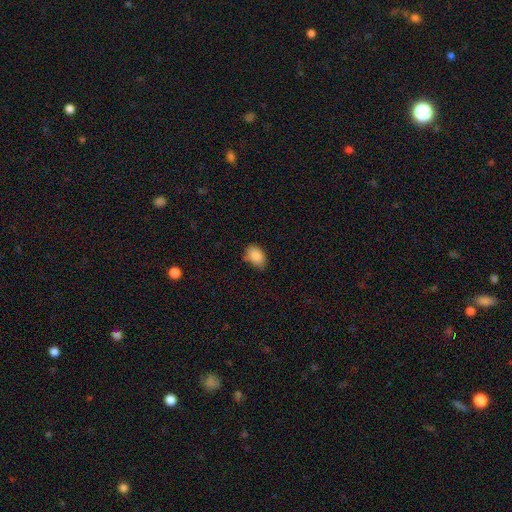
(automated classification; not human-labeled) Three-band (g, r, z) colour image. It shows a smooth galaxy with no disk features (87%) that is in between round and cigar-shaped (85%). Merging: none (65%).